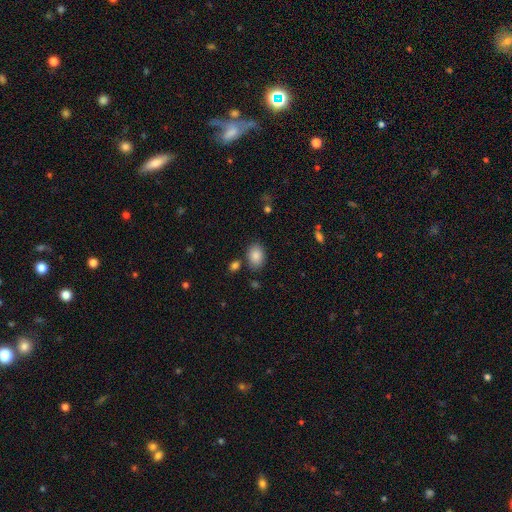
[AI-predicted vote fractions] smooth_or_featured: smooth (p=0.87) [alt: star or artifact p=0.08]
how_rounded: in between (p=0.81) [alt: round p=0.18]
merging: none (p=0.81) [alt: minor disturbance p=0.11]